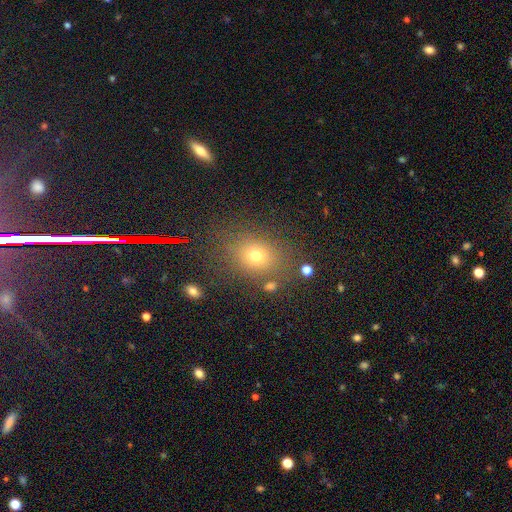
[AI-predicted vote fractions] A smooth galaxy with no disk features (70%) that is round (54%). Merging: none (78%).